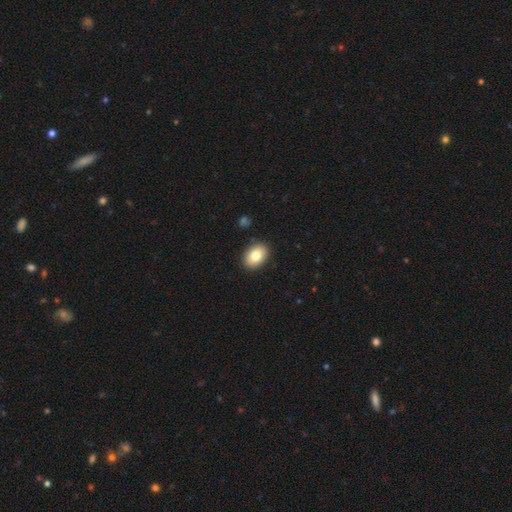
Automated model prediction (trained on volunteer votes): smooth 81%, featured or disk 12%, star or artifact 7%. Down the decision tree: how rounded — in between (82%); merging — none (89%).